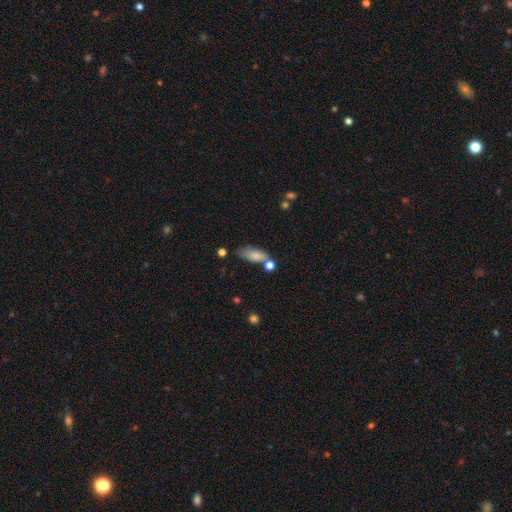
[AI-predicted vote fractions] Smooth or featured?
  - smooth: 81% *
  - featured or disk: 11%
  - star or artifact: 8%
How rounded?
  - in between: 72% *
  - cigar-shaped: 25%
  - round: 3%
Merging?
  - none: 59% *
  - minor disturbance: 20%
  - merger: 15%
  - major disturbance: 6%